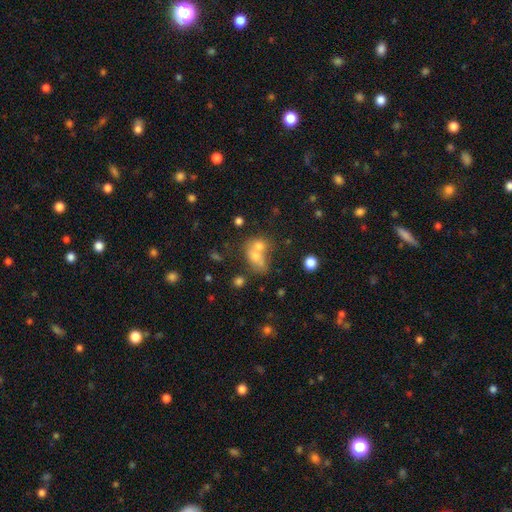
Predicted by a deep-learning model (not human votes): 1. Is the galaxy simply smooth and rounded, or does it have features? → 62% smooth, 23% featured or disk, 15% star or artifact.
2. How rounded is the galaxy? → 57% in between, 41% round, 3% cigar-shaped.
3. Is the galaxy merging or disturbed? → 63% merger, 24% none, 8% minor disturbance, 6% major disturbance.